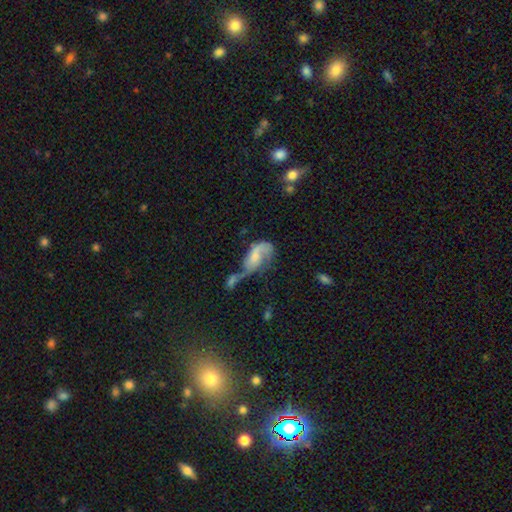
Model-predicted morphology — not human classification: This is possibly a featured or disk galaxy (59%). It is clearly not viewed edge-on (96%). Bar: possibly no (58%). Spiral arm pattern: clearly yes (81%). Central bulge: marginally small (32%). Merging: marginally merger (41%).